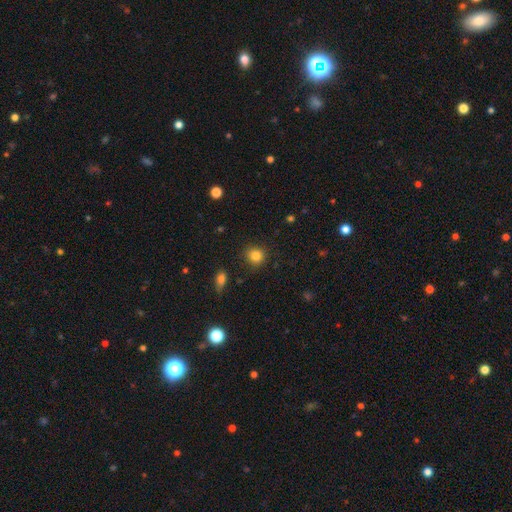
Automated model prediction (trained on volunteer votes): smooth_or_featured: smooth (p=0.83) [alt: star or artifact p=0.11]
how_rounded: round (p=0.87) [alt: in between p=0.12]
merging: none (p=0.87) [alt: minor disturbance p=0.08]